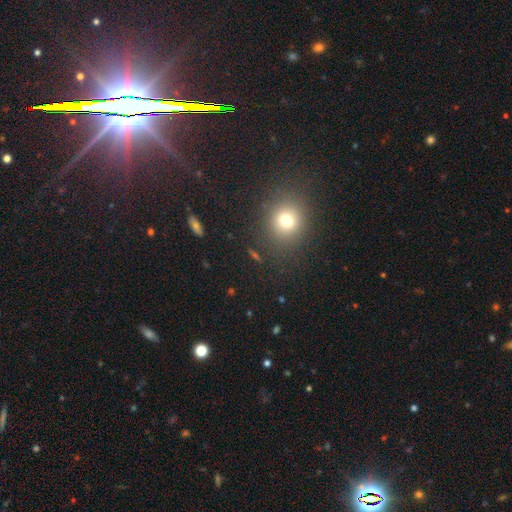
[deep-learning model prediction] Smooth or featured? smooth (59%)
How rounded? round (74%)
Merging? none (85%)